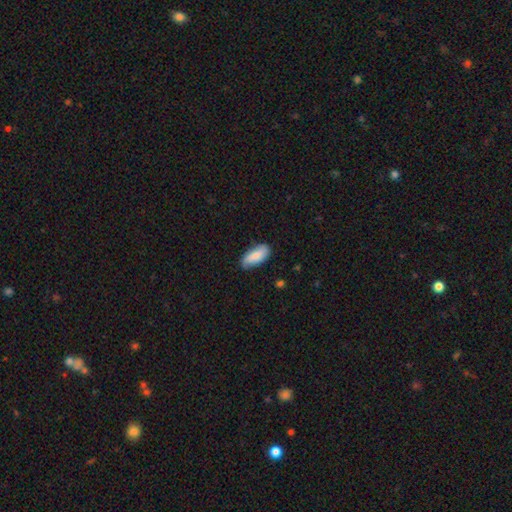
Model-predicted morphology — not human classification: A smooth galaxy with no disk features (83%) that is in between round and cigar-shaped (84%).

Vote fractions:
- Smooth or featured? smooth: 83% / featured or disk: 11% / star or artifact: 6%
- How rounded? in between: 84% / cigar-shaped: 14% / round: 2%
- Merging? none: 77% / minor disturbance: 19% / major disturbance: 3% / merger: 1%